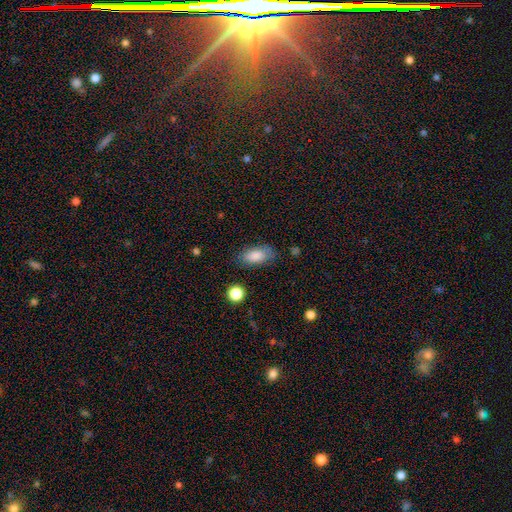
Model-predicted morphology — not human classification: Overall: smooth (85%). How rounded: in between (90%). Merging: none (75%).